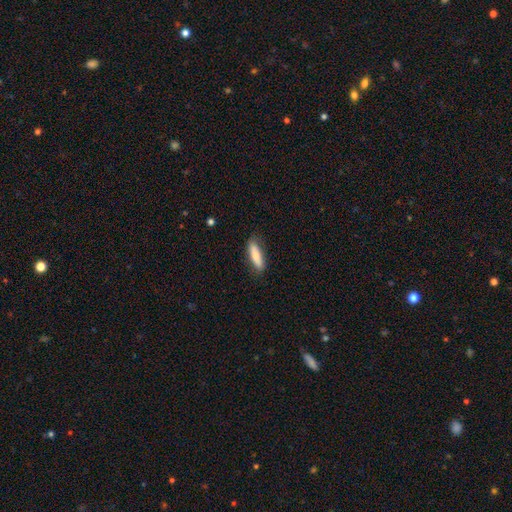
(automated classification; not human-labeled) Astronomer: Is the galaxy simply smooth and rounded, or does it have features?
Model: smooth — 75%.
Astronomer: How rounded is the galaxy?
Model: cigar-shaped — 58% (runner-up: in between, 40%).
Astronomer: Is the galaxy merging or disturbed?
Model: none — 81%.